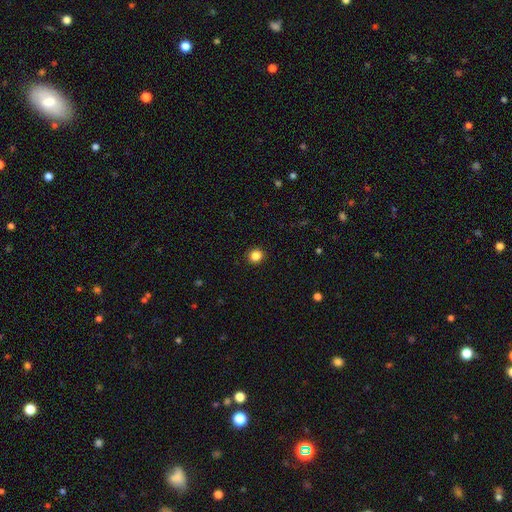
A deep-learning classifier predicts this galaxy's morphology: Smooth or featured?
  - smooth: 85% *
  - star or artifact: 11%
  - featured or disk: 3%
How rounded?
  - round: 89% *
  - in between: 10%
  - cigar-shaped: 1%
Merging?
  - none: 92% *
  - minor disturbance: 5%
  - major disturbance: 2%
  - merger: 1%